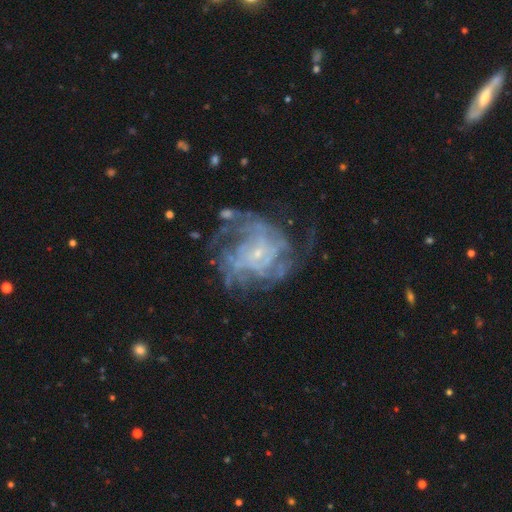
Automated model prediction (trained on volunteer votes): featured or disk 80%, star or artifact 11%, smooth 9%. Down the decision tree: edge-on disk — no (97%); bar — no (68%); spiral arms — yes (87%); spiral arm count — can't tell (43%); spiral winding — tight (54%); bulge size — small (80%); merging — none (58%).